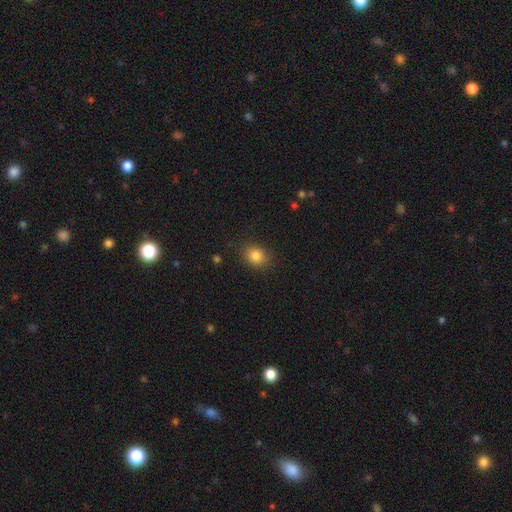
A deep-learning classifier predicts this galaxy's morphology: Overall: smooth (84%). How rounded: round (58%; in between 41%). Merging: none (86%).